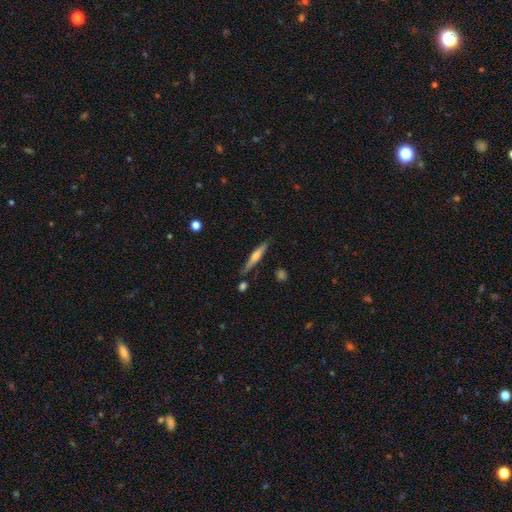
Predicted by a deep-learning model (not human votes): Q: Smooth or featured?
A: featured or disk (54%); runner-up: smooth (39%)
Q: Edge-on disk?
A: yes (96%); runner-up: no (4%)
Q: Edge-on bulge?
A: rounded (73%); runner-up: none (18%)
Q: Merging?
A: none (80%); runner-up: minor disturbance (13%)